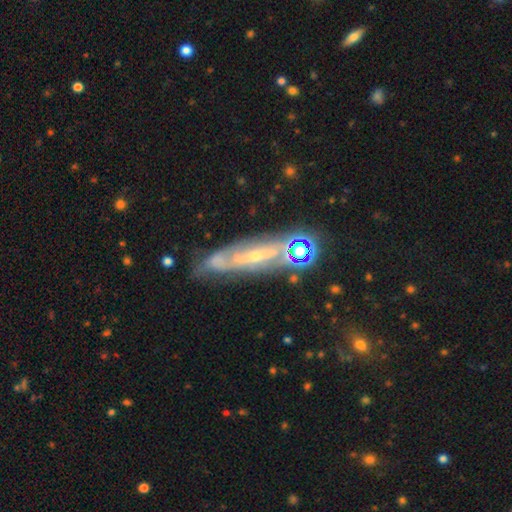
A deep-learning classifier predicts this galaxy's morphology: Smooth or featured? featured or disk (73%)
Edge-on disk? no (56%)
Merging? none (67%)